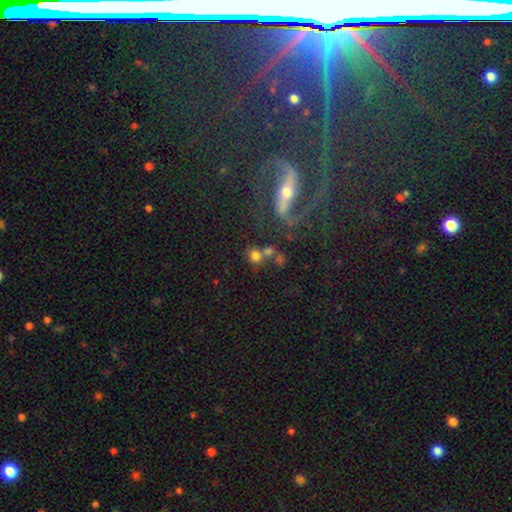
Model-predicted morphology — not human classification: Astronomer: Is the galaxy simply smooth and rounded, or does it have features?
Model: smooth — 65%.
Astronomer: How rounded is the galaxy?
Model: round — 75%.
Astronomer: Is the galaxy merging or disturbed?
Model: none — 48% (runner-up: merger, 30%).